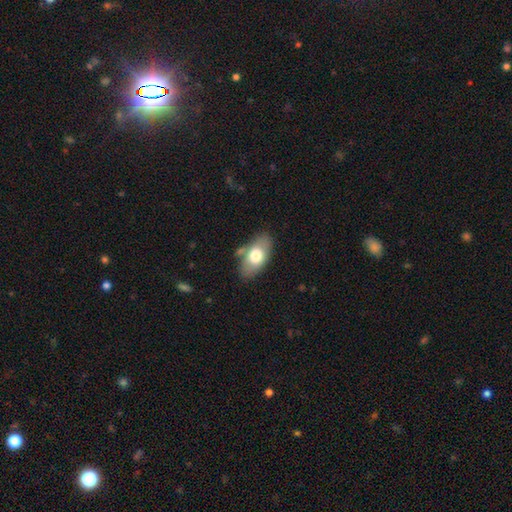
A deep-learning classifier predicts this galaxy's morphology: The model was most divided on "smooth or featured": smooth: 70%, featured or disk: 24%, star or artifact: 7%. More confident: how rounded — in between (91%); merging — none (74%).